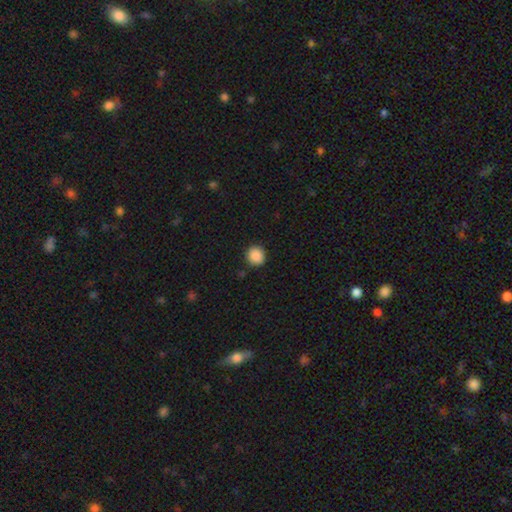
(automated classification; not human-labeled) smooth-or-featured: smooth: 89% | star or artifact: 9% | featured or disk: 3%
  how-rounded: round: 89% | in between: 10% | cigar-shaped: 1%
  merging: none: 89% | minor disturbance: 7% | major disturbance: 2% | merger: 1%